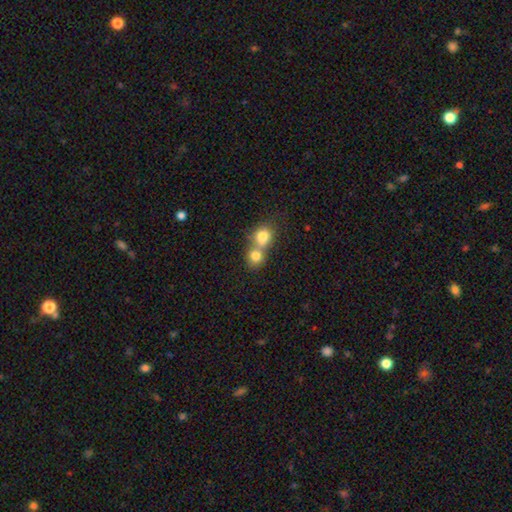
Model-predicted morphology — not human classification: Q: Smooth or featured?
A: smooth (79%); runner-up: featured or disk (11%)
Q: How rounded?
A: round (79%); runner-up: in between (20%)
Q: Merging?
A: merger (63%); runner-up: none (30%)